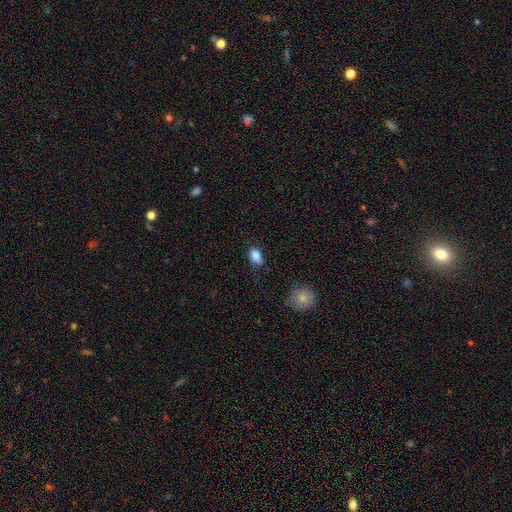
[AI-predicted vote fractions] smooth-or-featured: smooth: 86% | star or artifact: 9% | featured or disk: 6%
  how-rounded: in between: 84% | round: 13% | cigar-shaped: 2%
  merging: none: 76% | minor disturbance: 19% | major disturbance: 4% | merger: 2%